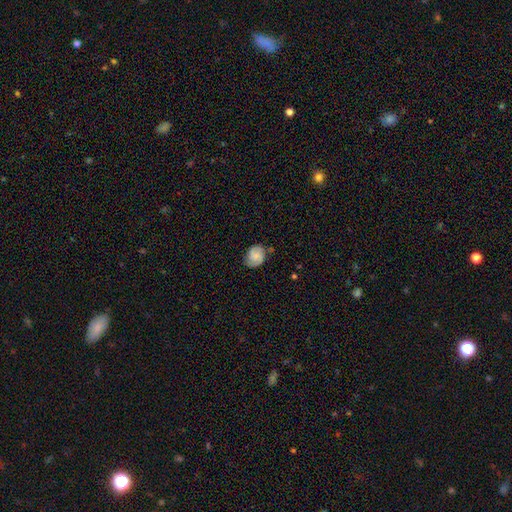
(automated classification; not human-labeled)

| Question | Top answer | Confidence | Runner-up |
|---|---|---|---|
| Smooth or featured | featured or disk | 50% | smooth (41%) |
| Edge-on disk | no | 98% | yes (2%) |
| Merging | none | 73% | minor disturbance (20%) |